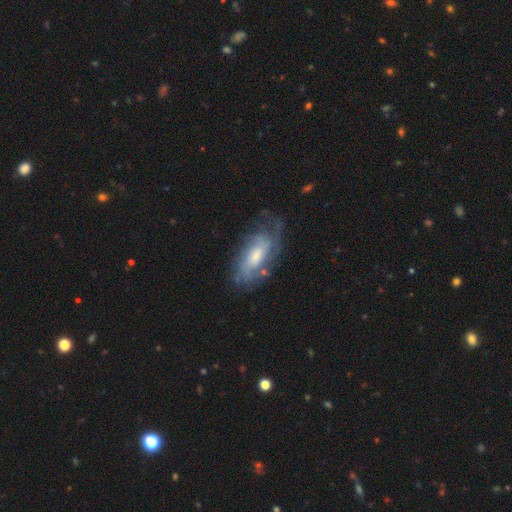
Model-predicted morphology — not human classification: Smooth or featured? Predicted: featured or disk (p=0.70). Edge-on disk? Predicted: no (p=0.90). Bar? Predicted: no (p=0.60). Spiral arms? Predicted: yes (p=0.85). Spiral winding? Predicted: tight (p=0.47). Spiral arm count? Predicted: can't tell (p=0.48). Bulge size? Predicted: moderate (p=0.53). Merging? Predicted: none (p=0.60).